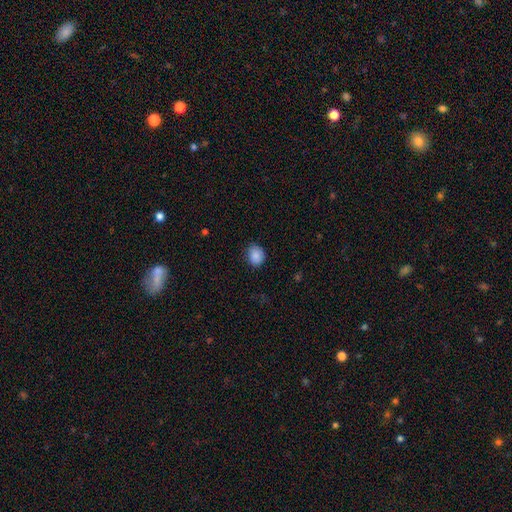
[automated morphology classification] smooth 87%, star or artifact 8%, featured or disk 4%. Down the decision tree: how rounded — round (65%); merging — none (80%).